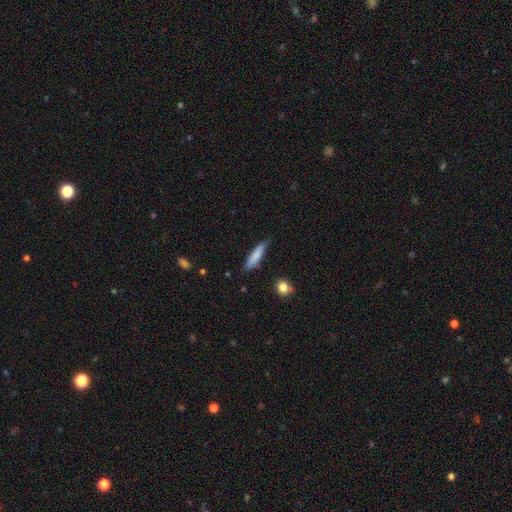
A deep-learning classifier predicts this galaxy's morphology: This is likely a smooth galaxy (79%). How rounded: clearly cigar-shaped (81%). Merging: likely none (72%).